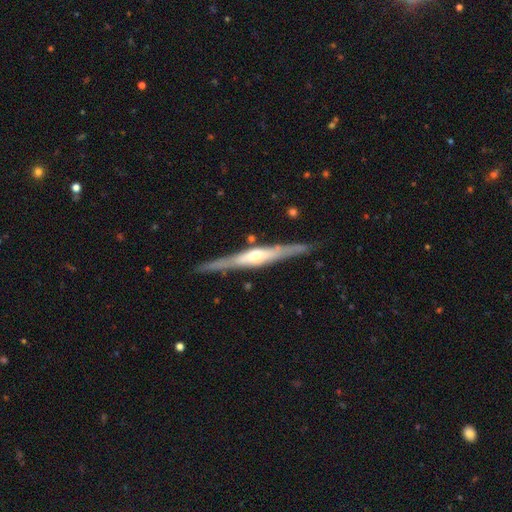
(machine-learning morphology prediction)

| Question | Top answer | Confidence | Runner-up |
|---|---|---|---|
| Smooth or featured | featured or disk | 74% | smooth (21%) |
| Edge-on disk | yes | 96% | no (4%) |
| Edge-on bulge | rounded | 79% | boxy (12%) |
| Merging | none | 83% | minor disturbance (12%) |